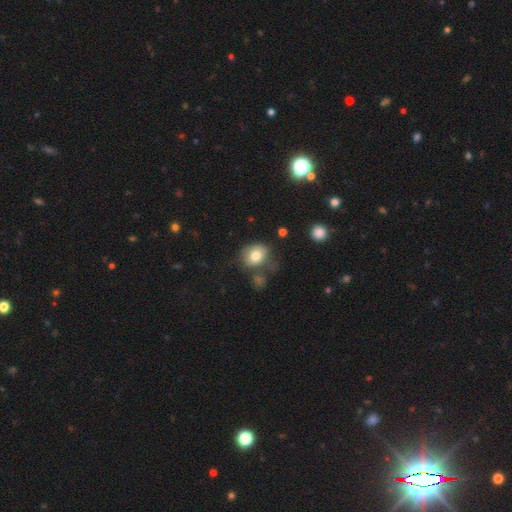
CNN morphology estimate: Smooth or featured? smooth (77%)
How rounded? round (50%)
Merging? none (50%)